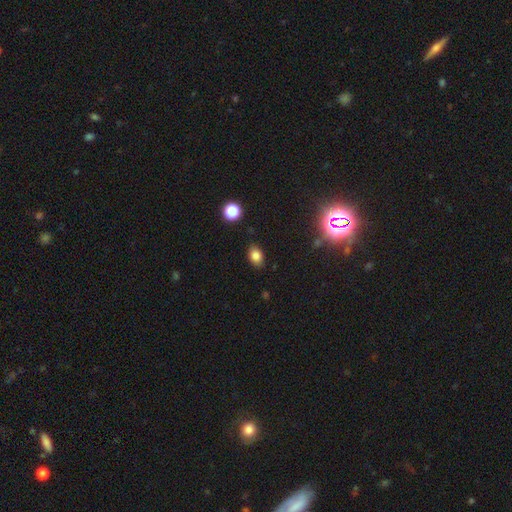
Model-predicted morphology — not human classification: type=smooth (82%); roundness=in between (78%); merging=none (85%).